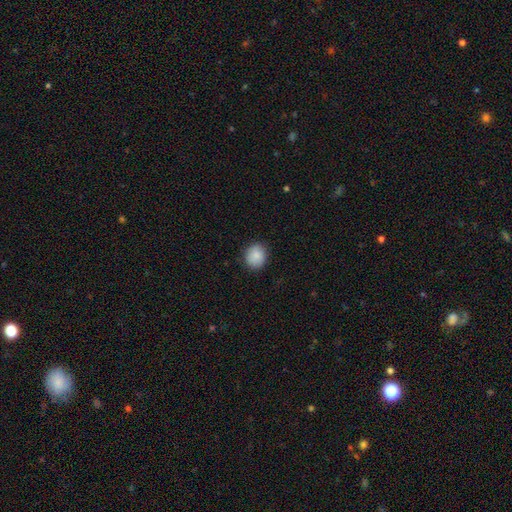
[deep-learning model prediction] Smooth or featured?
  - smooth: 88% *
  - star or artifact: 8%
  - featured or disk: 5%
How rounded?
  - round: 69% *
  - in between: 30%
  - cigar-shaped: 1%
Merging?
  - none: 85% *
  - minor disturbance: 11%
  - major disturbance: 3%
  - merger: 1%